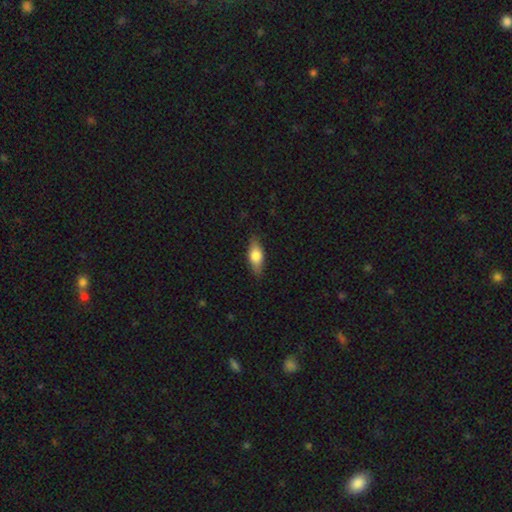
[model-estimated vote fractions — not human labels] Smooth or featured? Predicted: smooth (p=0.72). How rounded? Predicted: in between (p=0.79). Merging? Predicted: none (p=0.84).